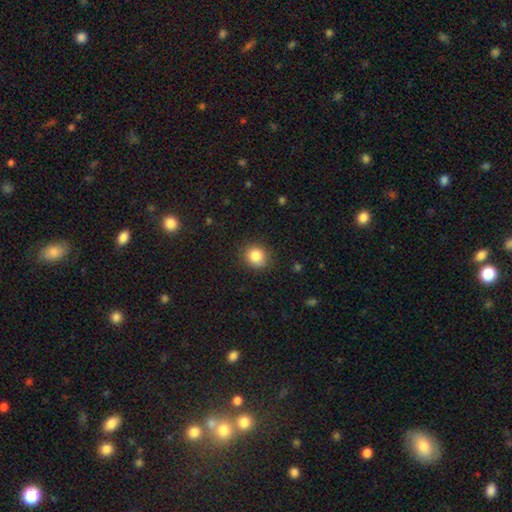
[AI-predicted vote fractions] Q: Smooth or featured?
A: smooth (84%); runner-up: star or artifact (10%)
Q: How rounded?
A: round (78%); runner-up: in between (21%)
Q: Merging?
A: none (85%); runner-up: minor disturbance (11%)